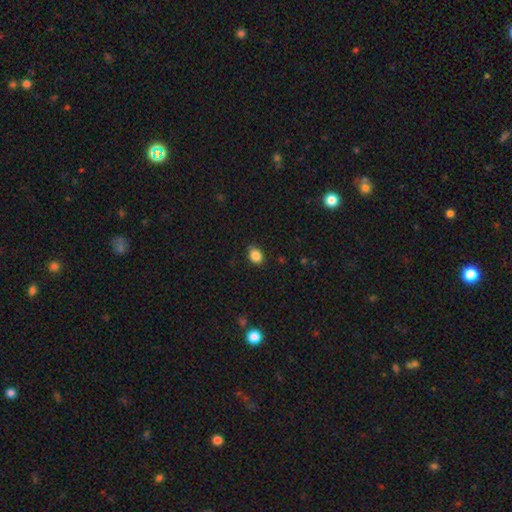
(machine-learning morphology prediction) smooth-or-featured: smooth: 87% | star or artifact: 10% | featured or disk: 4%
  how-rounded: in between: 60% | round: 39% | cigar-shaped: 1%
  merging: none: 83% | minor disturbance: 14% | major disturbance: 2% | merger: 1%